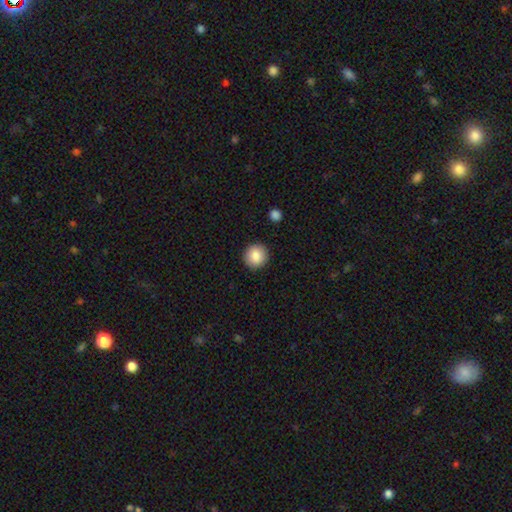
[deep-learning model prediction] smooth-or-featured: smooth: 86% | star or artifact: 8% | featured or disk: 6%
  how-rounded: round: 93% | in between: 6% | cigar-shaped: 1%
  merging: none: 91% | minor disturbance: 6% | major disturbance: 2% | merger: 1%